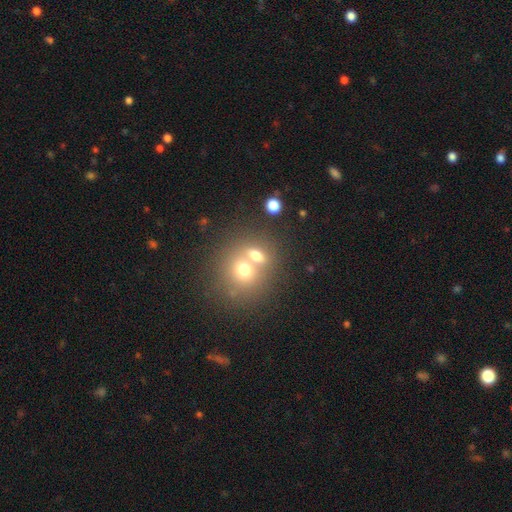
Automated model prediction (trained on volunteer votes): This appears to be a smooth galaxy with no disk features (68%) that is round (64%). Merging: merger (56%).